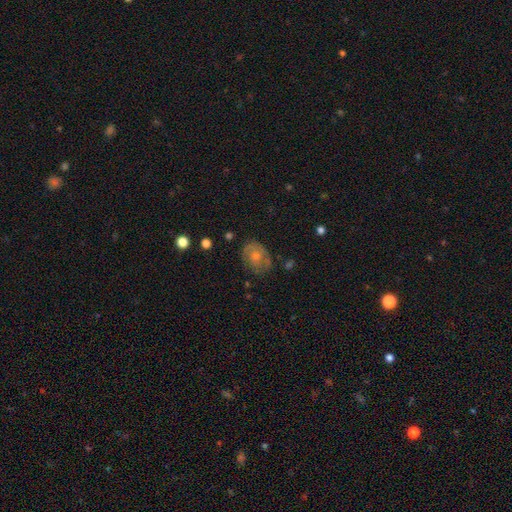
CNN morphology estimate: type=featured or disk (49%); merging=none (72%).